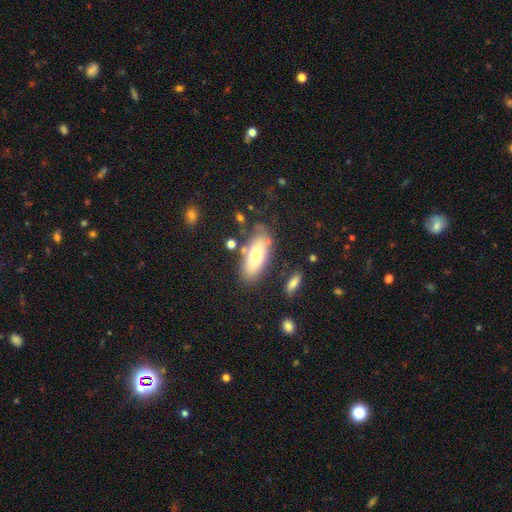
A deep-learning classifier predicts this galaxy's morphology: type=smooth (65%); roundness=in between (78%); merging=none (72%).